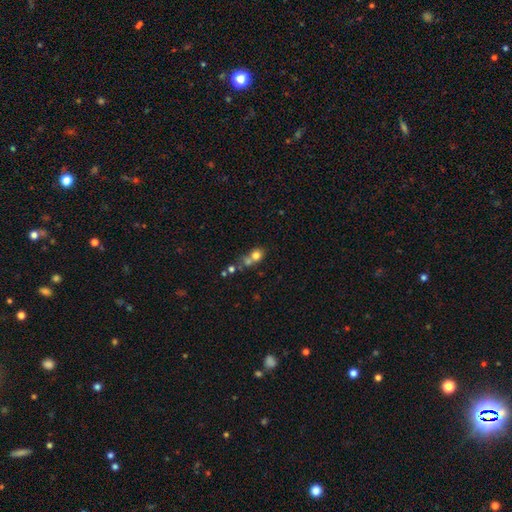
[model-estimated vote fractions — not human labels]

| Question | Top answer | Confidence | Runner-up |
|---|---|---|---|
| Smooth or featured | smooth | 71% | featured or disk (15%) |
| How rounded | round | 72% | in between (26%) |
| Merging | merger | 54% | none (33%) |